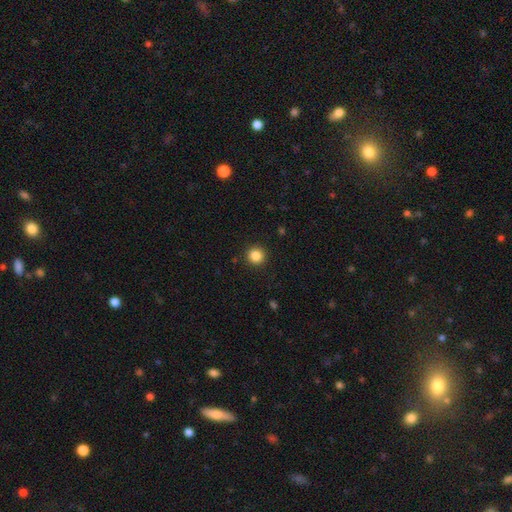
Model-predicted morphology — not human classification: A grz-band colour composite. It shows a smooth galaxy with no disk features (85%) that is round (94%). Merging: none (92%).